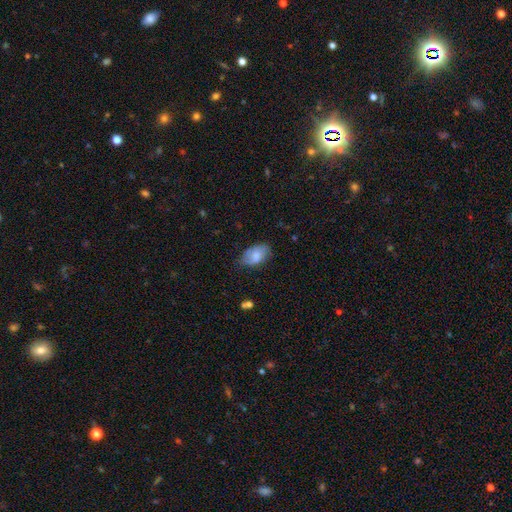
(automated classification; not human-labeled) smooth-or-featured: smooth: 72% | featured or disk: 20% | star or artifact: 7%
  how-rounded: in between: 91% | round: 7% | cigar-shaped: 2%
  merging: none: 59% | minor disturbance: 31% | major disturbance: 8% | merger: 2%